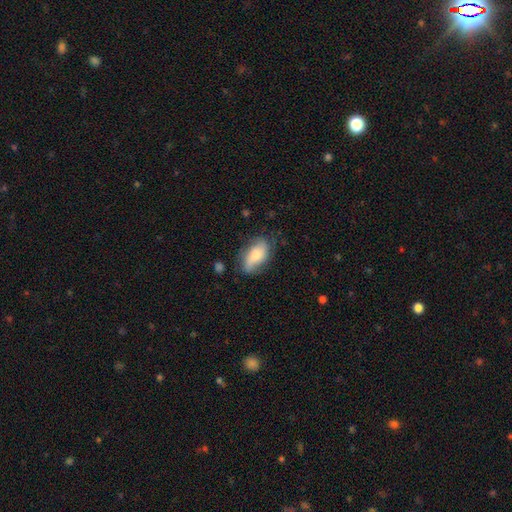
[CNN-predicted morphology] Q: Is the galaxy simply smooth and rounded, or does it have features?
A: smooth — 59%.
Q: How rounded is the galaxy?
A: in between — 88%.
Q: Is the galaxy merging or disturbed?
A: none — 67%.